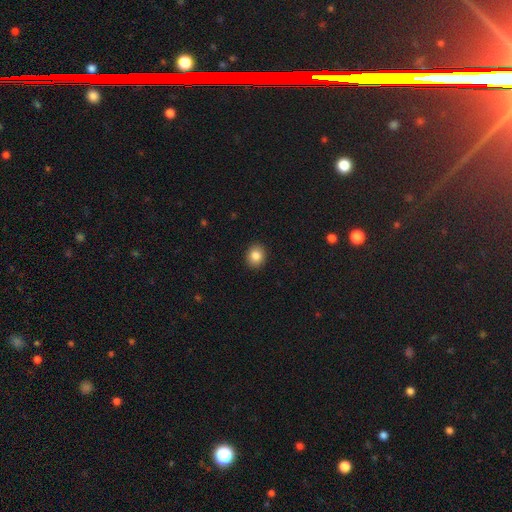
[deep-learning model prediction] This appears to be a smooth galaxy with no disk features (85%) that is round (65%). Merging: none (92%).